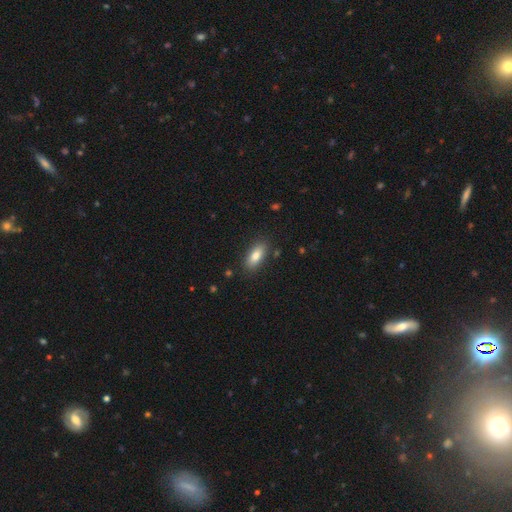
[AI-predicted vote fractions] Smooth or featured? Predicted: smooth (p=0.81). How rounded? Predicted: in between (p=0.82). Merging? Predicted: none (p=0.85).